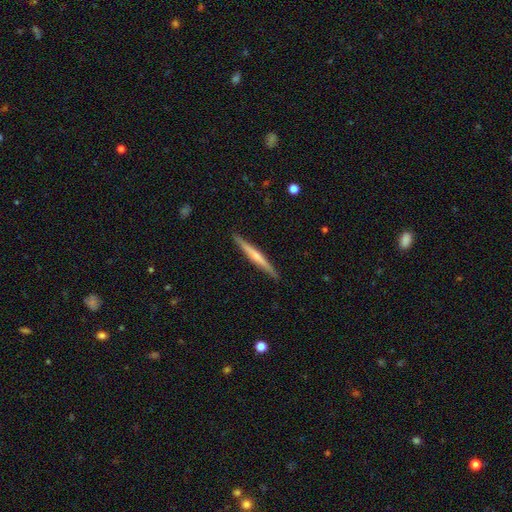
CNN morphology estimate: Smooth or featured? featured or disk (52%)
Edge-on disk? yes (97%)
Edge-on bulge? none (53%)
Merging? none (90%)